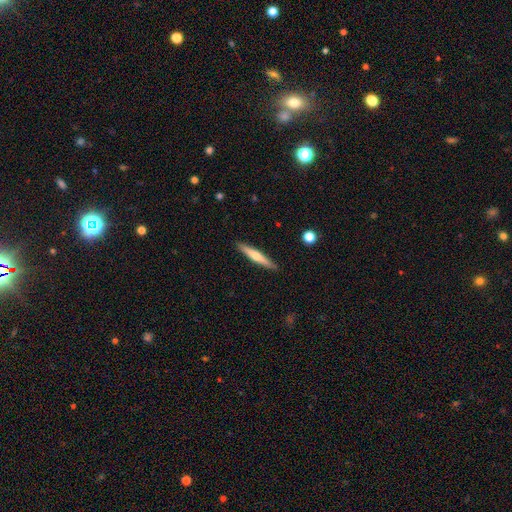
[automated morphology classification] This is possibly a featured or disk galaxy (48%). Merging: clearly none (90%).